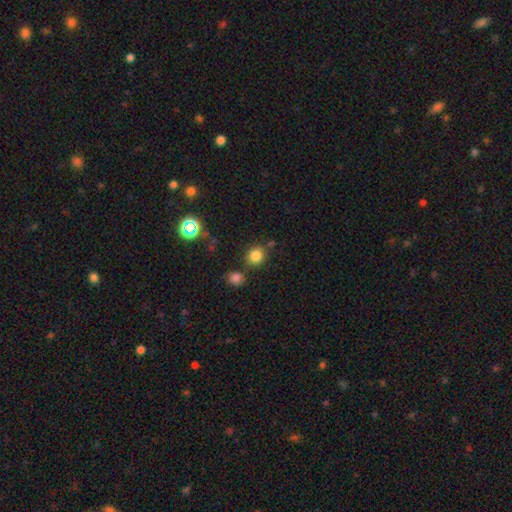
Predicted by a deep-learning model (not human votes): A smooth galaxy with no disk features (81%) that is round (76%).

Vote fractions:
- Smooth or featured? smooth: 81% / star or artifact: 14% / featured or disk: 5%
- How rounded? round: 76% / in between: 23% / cigar-shaped: 1%
- Merging? none: 74% / merger: 11% / minor disturbance: 11% / major disturbance: 4%